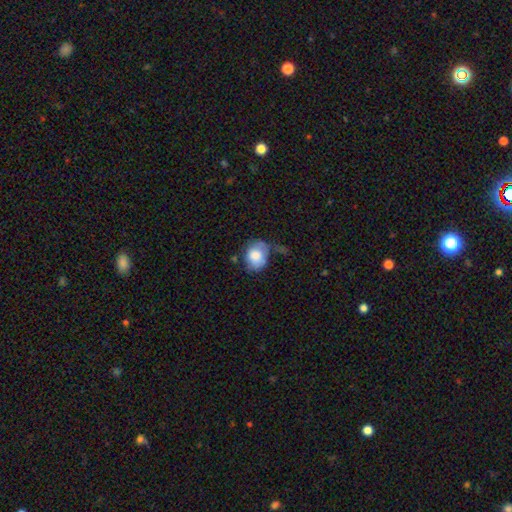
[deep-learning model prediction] Overall: smooth (74%). How rounded: round (50%; in between 49%). Merging: none (35%; minor disturbance 33%).